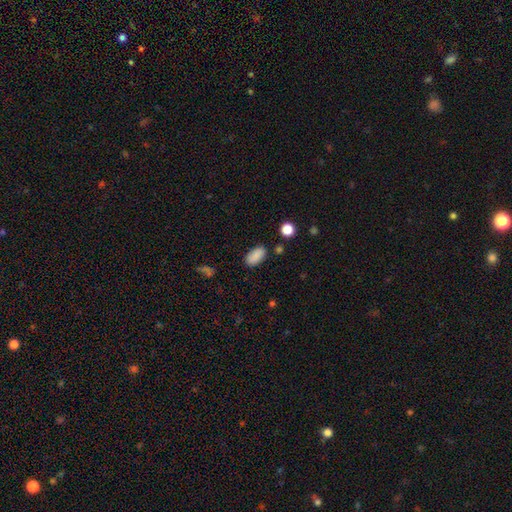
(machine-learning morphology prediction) Q: Smooth or featured?
A: smooth (88%); runner-up: star or artifact (8%)
Q: How rounded?
A: in between (93%); runner-up: cigar-shaped (4%)
Q: Merging?
A: none (83%); runner-up: minor disturbance (11%)